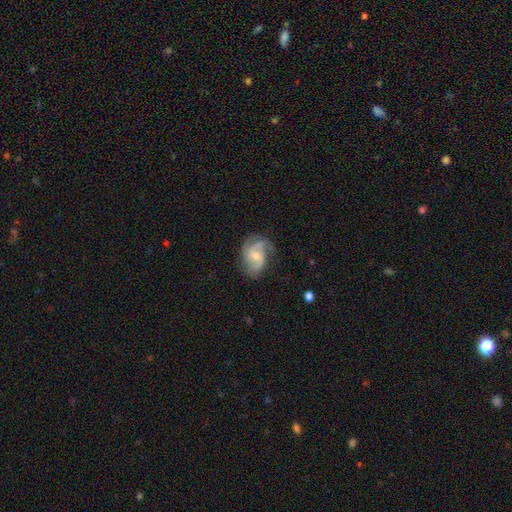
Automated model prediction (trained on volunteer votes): A featured or disk galaxy (81%) with no bar (59%), 2 (43%) medium (49%) spiral arms (95%) and a small central bulge (50%). Merging: none (61%).